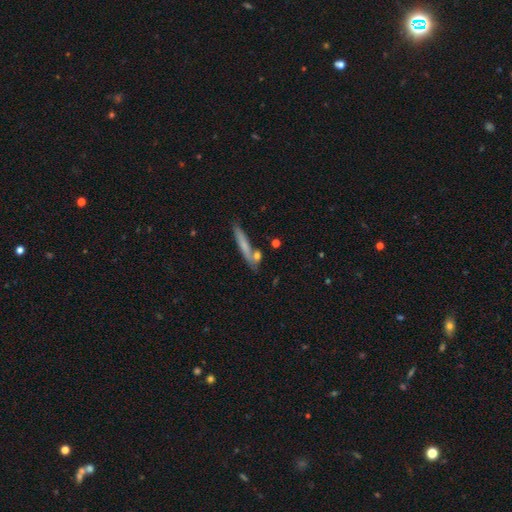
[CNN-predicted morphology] type=smooth (63%); roundness=cigar-shaped (86%); merging=none (70%).